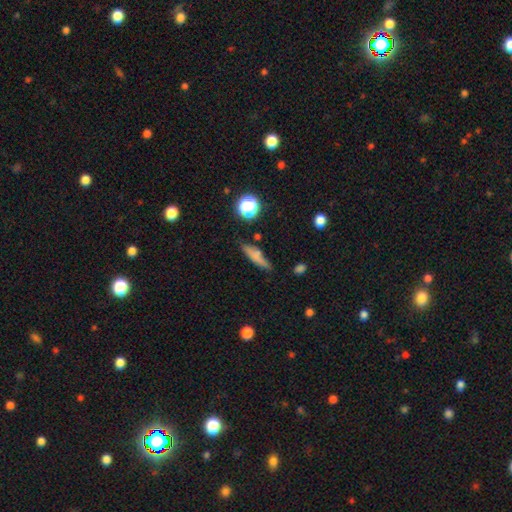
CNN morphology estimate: A smooth galaxy with no disk features (65%) that is cigar-shaped (73%).

Vote fractions:
- Smooth or featured? smooth: 65% / featured or disk: 24% / star or artifact: 11%
- How rounded? cigar-shaped: 73% / in between: 22% / round: 5%
- Merging? none: 70% / minor disturbance: 19% / major disturbance: 6% / merger: 5%